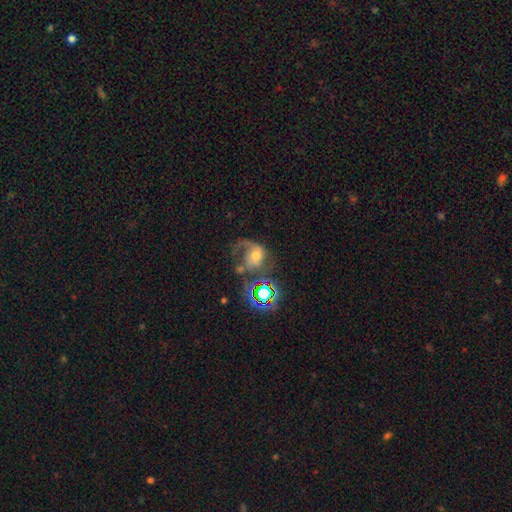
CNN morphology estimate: The model was most divided on "merging": major disturbance: 42%, none: 26%, minor disturbance: 17%, merger: 15%. More confident: edge-on disk — no (97%); spiral arms — yes (76%); bar — no (70%); bulge size — moderate (58%); smooth or featured — featured or disk (56%).